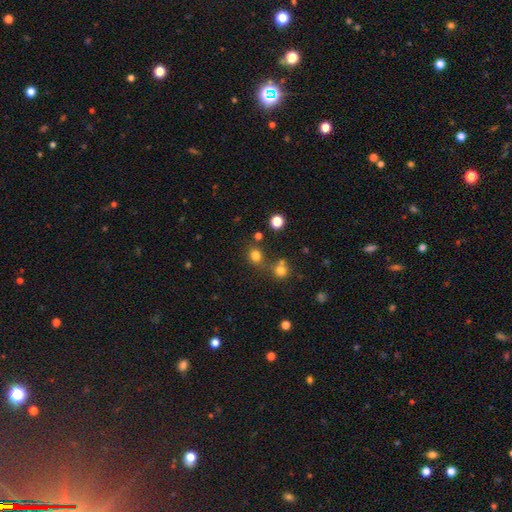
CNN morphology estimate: This is likely a smooth galaxy (77%). How rounded: likely round (80%). Merging: likely none (72%).